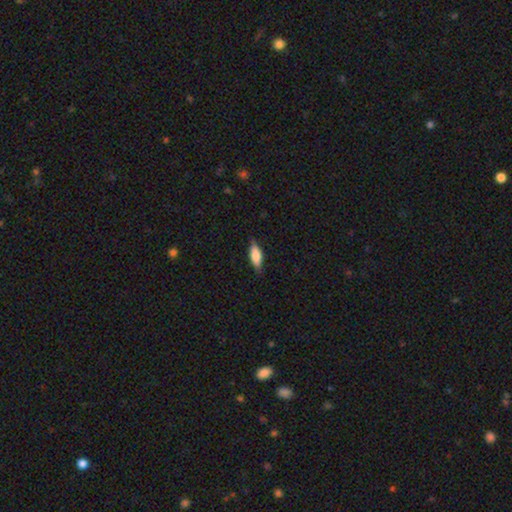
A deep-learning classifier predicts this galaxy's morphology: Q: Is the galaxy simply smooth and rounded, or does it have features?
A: smooth — 72%.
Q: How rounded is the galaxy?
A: in between — 67%.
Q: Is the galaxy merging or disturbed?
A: none — 81%.